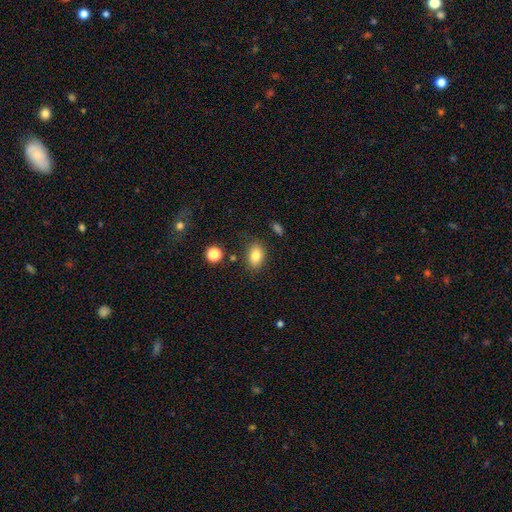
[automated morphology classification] Smooth or featured?
  - smooth: 81% *
  - star or artifact: 10%
  - featured or disk: 9%
How rounded?
  - in between: 81% *
  - round: 17%
  - cigar-shaped: 1%
Merging?
  - none: 81% *
  - minor disturbance: 12%
  - major disturbance: 3%
  - merger: 3%